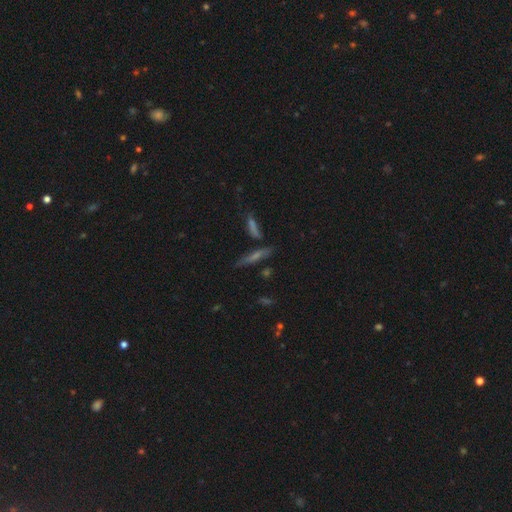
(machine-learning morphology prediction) A featured or disk galaxy (43%). Merging: none (74%).